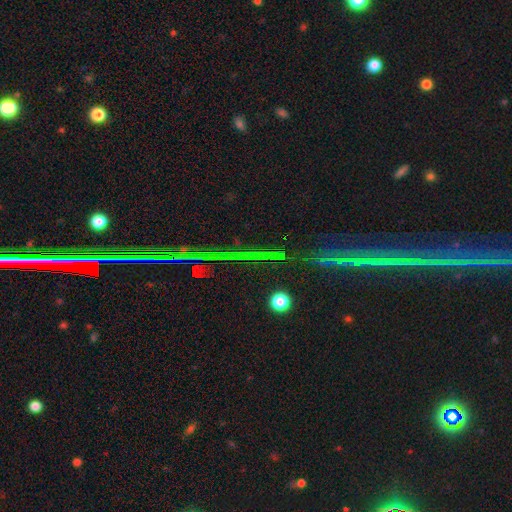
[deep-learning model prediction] Morphology: type=star or artifact (75%).